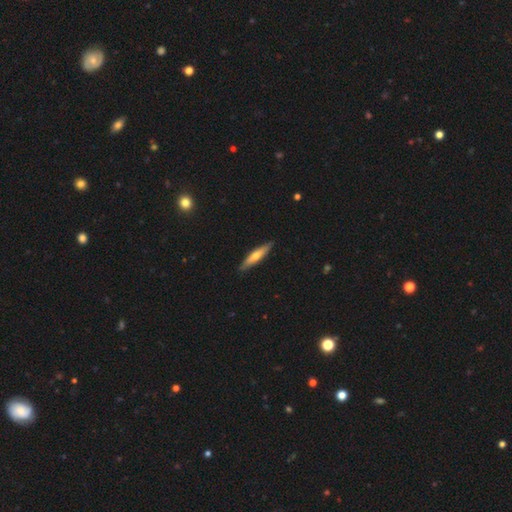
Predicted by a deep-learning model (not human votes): Q: Smooth or featured?
A: smooth (52%); runner-up: featured or disk (43%)
Q: How rounded?
A: cigar-shaped (85%); runner-up: in between (14%)
Q: Merging?
A: none (88%); runner-up: minor disturbance (9%)